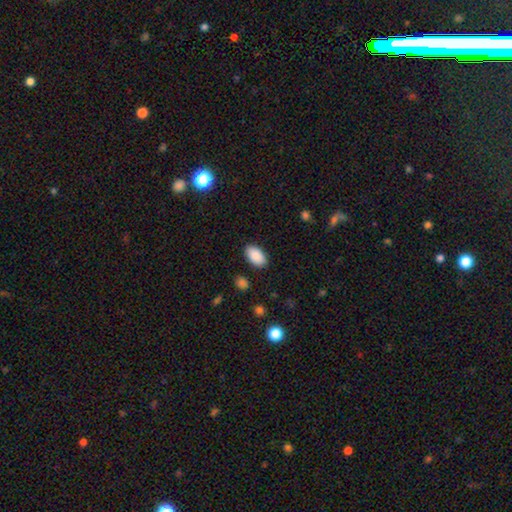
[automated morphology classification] Smooth or featured? smooth (90%)
How rounded? in between (94%)
Merging? none (87%)